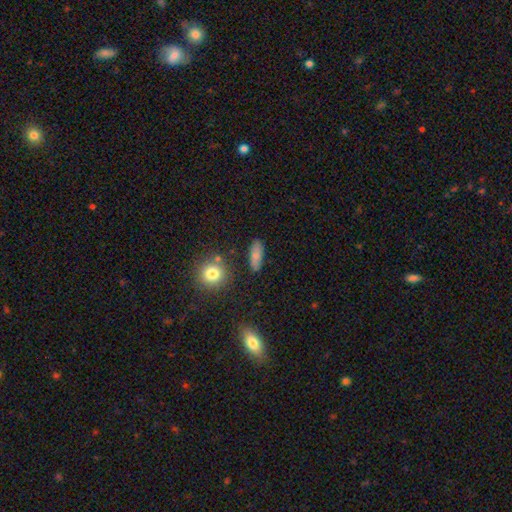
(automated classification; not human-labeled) Q: Smooth or featured?
A: smooth (75%); runner-up: featured or disk (15%)
Q: How rounded?
A: in between (67%); runner-up: cigar-shaped (26%)
Q: Merging?
A: none (80%); runner-up: minor disturbance (13%)